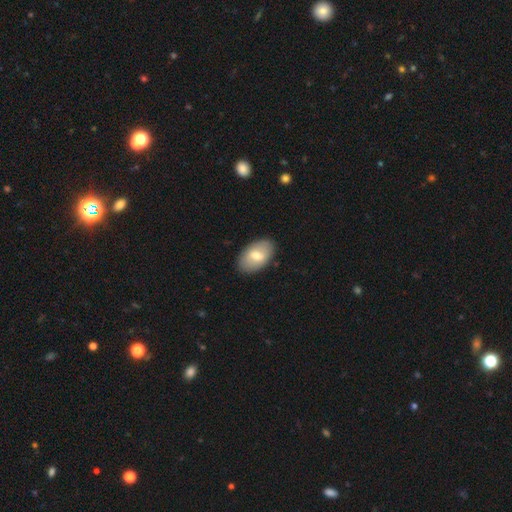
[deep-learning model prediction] Smooth or featured? smooth (66%)
How rounded? in between (93%)
Merging? none (86%)